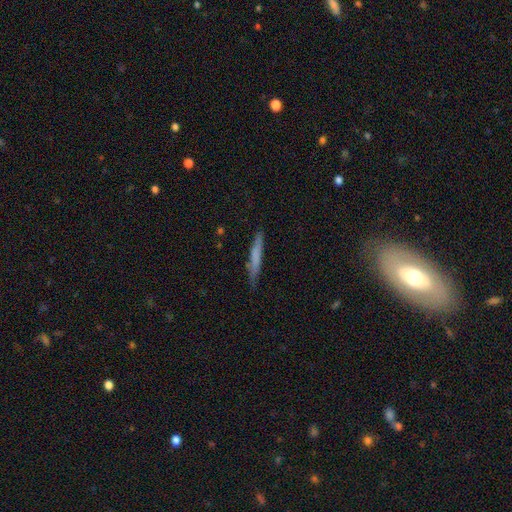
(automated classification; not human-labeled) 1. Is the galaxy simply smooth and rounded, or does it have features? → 64% smooth, 29% featured or disk, 7% star or artifact.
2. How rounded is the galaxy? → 94% cigar-shaped, 4% in between, 1% round.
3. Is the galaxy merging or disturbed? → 81% none, 15% minor disturbance, 3% major disturbance, 2% merger.